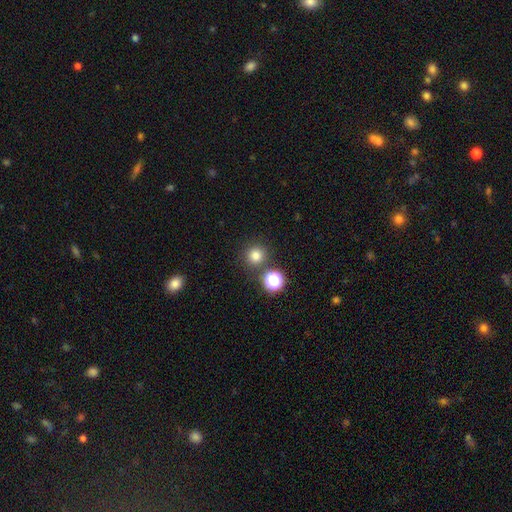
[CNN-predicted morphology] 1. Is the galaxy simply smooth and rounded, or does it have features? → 77% smooth, 17% star or artifact, 6% featured or disk.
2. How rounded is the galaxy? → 94% round, 5% in between, 1% cigar-shaped.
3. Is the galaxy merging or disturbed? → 83% none, 7% merger, 7% minor disturbance, 3% major disturbance.